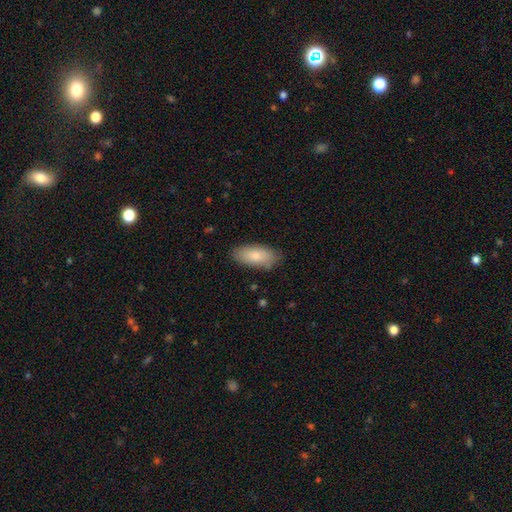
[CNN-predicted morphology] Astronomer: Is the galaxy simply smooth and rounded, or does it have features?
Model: smooth — 80%.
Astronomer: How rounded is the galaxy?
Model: in between — 87%.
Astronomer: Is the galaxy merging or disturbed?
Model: none — 80%.